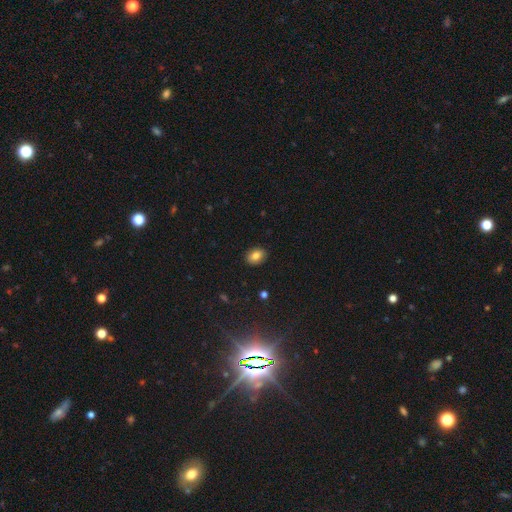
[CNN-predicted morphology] Overall: smooth (83%). How rounded: in between (71%). Merging: none (89%).